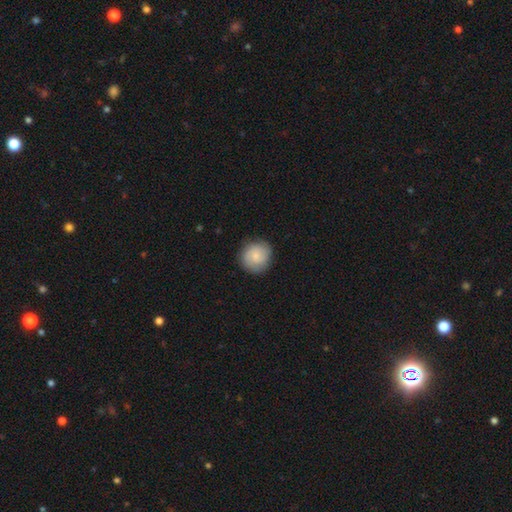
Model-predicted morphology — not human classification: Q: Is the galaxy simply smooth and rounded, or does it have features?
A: smooth — 70%.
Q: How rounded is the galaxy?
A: round — 90%.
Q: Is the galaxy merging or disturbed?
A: none — 85%.